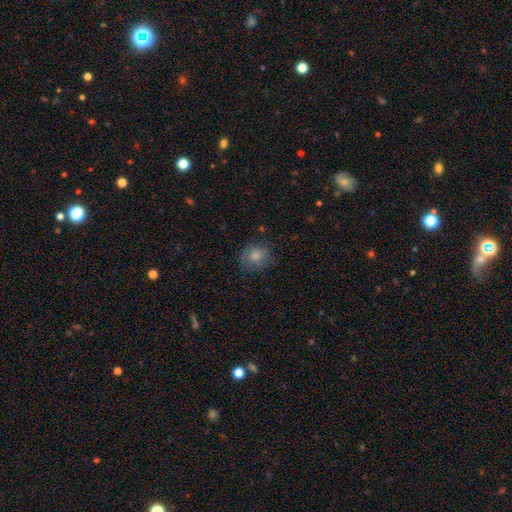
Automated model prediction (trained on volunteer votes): Overall: smooth (79%). How rounded: round (74%). Merging: none (70%).